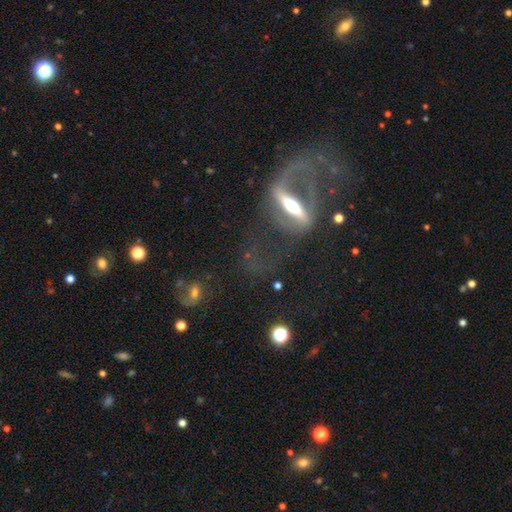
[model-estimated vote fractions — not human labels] A featured or disk galaxy (77%) with a strong bar (57%), spiral arms (70%) and a moderate central bulge (52%). Merging: major disturbance (40%).